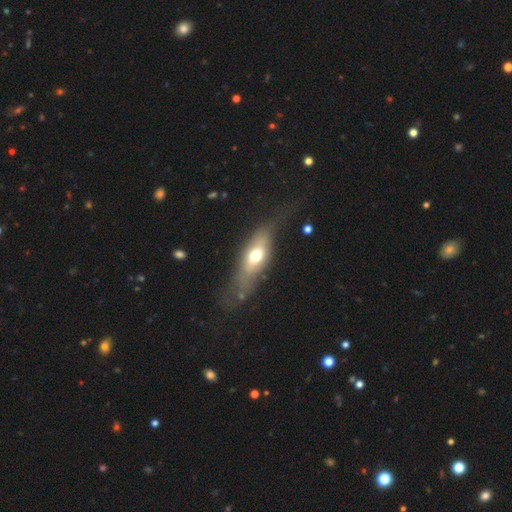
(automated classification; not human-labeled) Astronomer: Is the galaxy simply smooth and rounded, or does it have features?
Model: smooth — 53% (runner-up: featured or disk, 39%).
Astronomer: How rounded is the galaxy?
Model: in between — 64%.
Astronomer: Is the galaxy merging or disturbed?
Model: none — 55%.